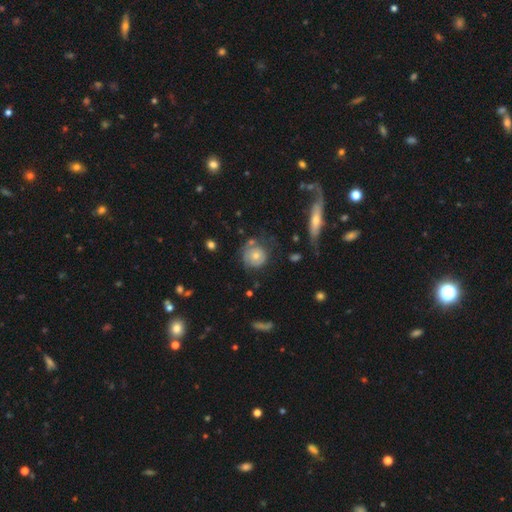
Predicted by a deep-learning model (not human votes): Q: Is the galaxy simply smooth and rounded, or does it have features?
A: smooth — 52%.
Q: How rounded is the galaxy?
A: round — 87%.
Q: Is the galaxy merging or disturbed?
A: none — 59%.